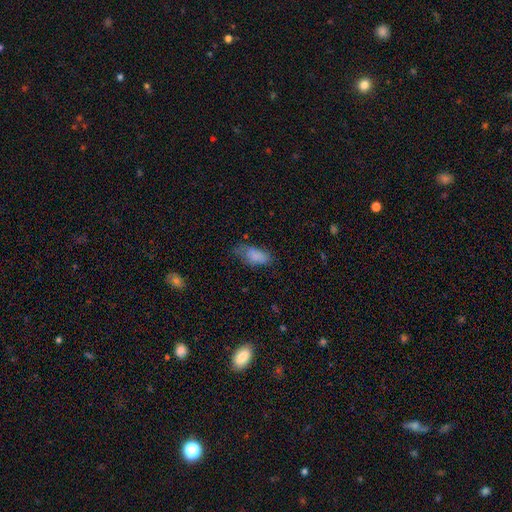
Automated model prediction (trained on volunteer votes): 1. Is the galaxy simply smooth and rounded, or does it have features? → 80% smooth, 11% featured or disk, 9% star or artifact.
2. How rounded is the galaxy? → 89% in between, 9% cigar-shaped, 3% round.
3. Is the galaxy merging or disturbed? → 49% none, 33% minor disturbance, 16% major disturbance, 2% merger.